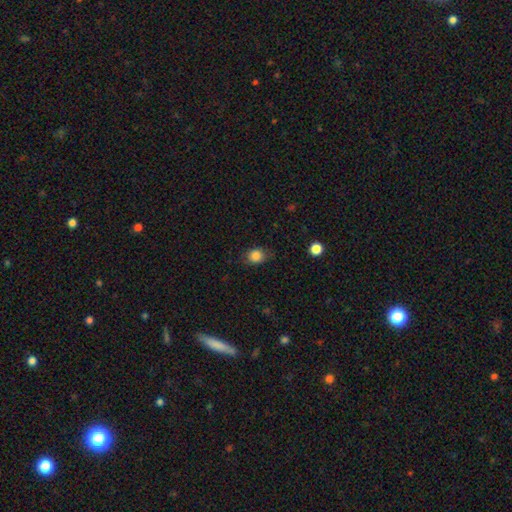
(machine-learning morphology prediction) Overall: smooth (84%). How rounded: round (57%; in between 42%). Merging: none (75%).